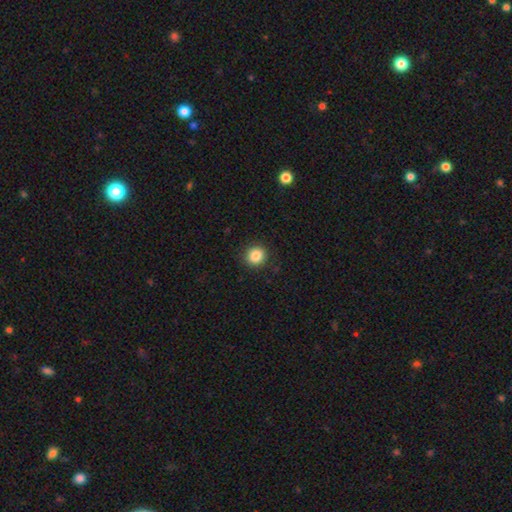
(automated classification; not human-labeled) Morphology: type=smooth (86%); roundness=round (90%); merging=none (91%).